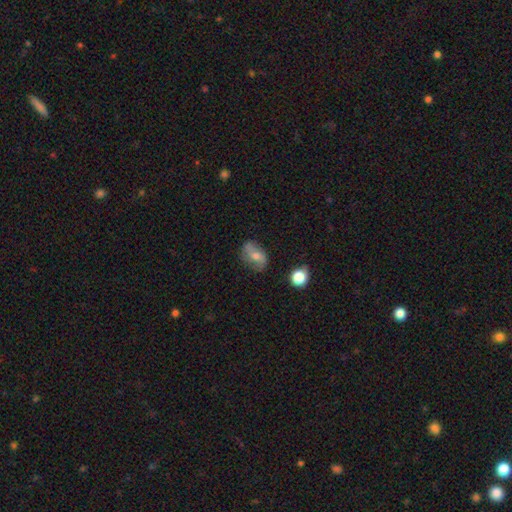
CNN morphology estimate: type=featured or disk (45%); merging=none (72%).